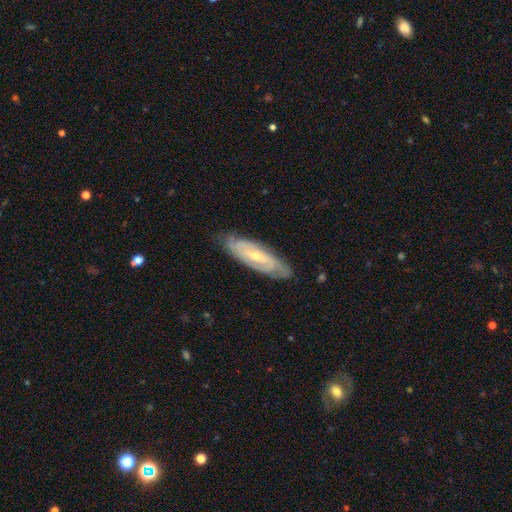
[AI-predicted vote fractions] featured or disk 81%, smooth 14%, star or artifact 6%. Down the decision tree: edge-on disk — no (83%); bar — no (41%); spiral arms — yes (94%); spiral arm count — 2 (47%); spiral winding — tight (59%); bulge size — small (61%); merging — none (80%).